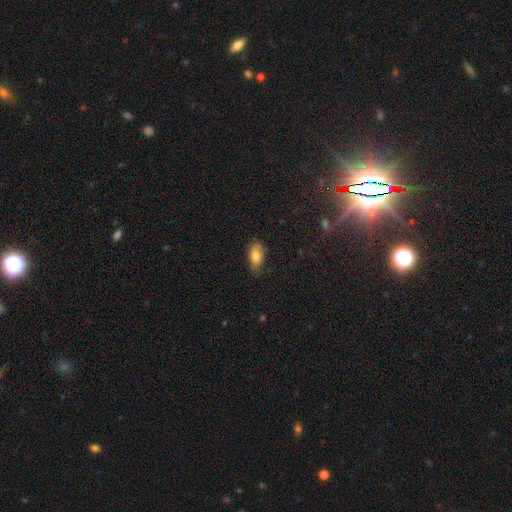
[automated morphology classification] This is clearly a smooth galaxy (82%). How rounded: clearly in between (90%). Merging: likely none (66%).